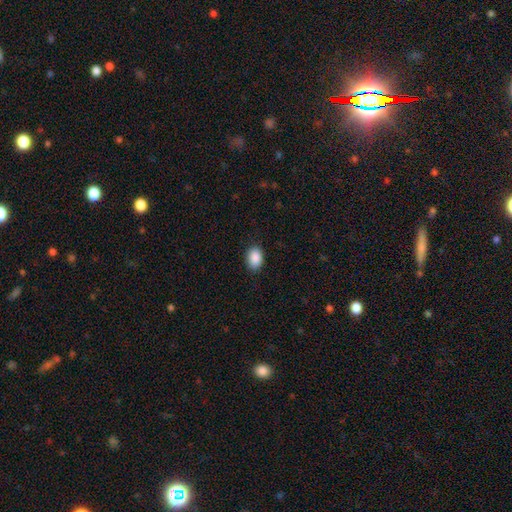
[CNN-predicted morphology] type=smooth (90%); roundness=in between (82%); merging=none (87%).